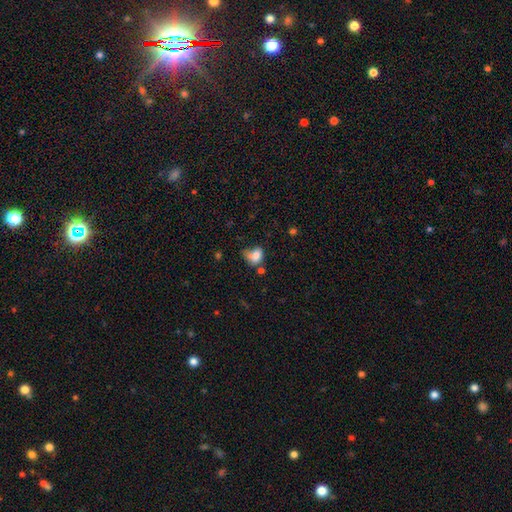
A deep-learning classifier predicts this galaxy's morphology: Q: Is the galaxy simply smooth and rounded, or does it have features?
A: smooth — 78%.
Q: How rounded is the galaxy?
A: in between — 64%.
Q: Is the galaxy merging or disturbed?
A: minor disturbance — 34%.